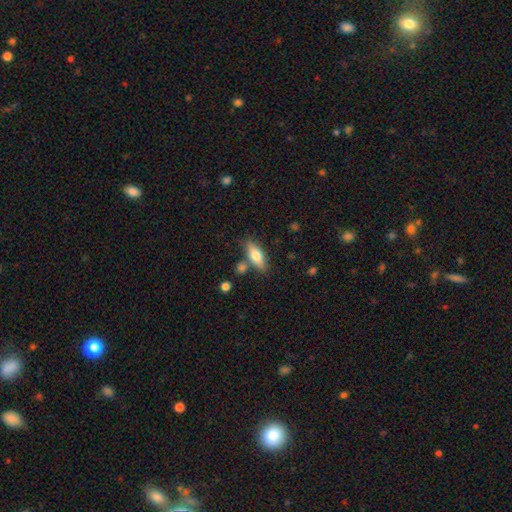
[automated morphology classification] Smooth or featured? smooth (66%)
How rounded? in between (65%)
Merging? none (72%)